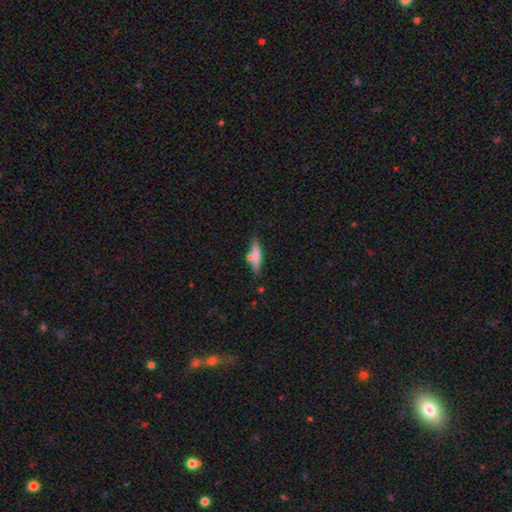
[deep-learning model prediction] This appears to be a smooth galaxy with no disk features (70%) that is cigar-shaped (77%). Merging: none (71%).